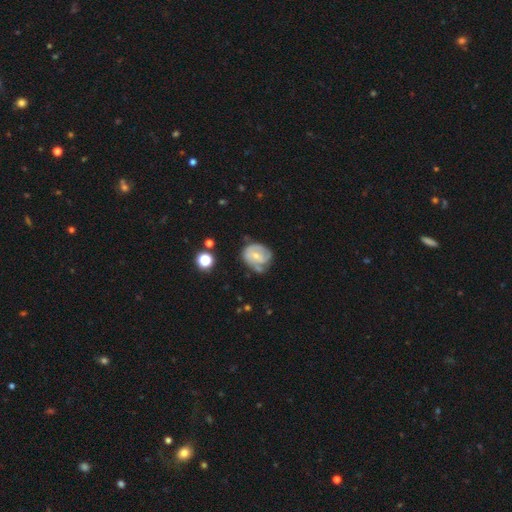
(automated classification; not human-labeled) This appears to be a featured or disk galaxy (65%) with no bar (46%), spiral arms (79%) and a small central bulge (60%). Merging: none (49%).